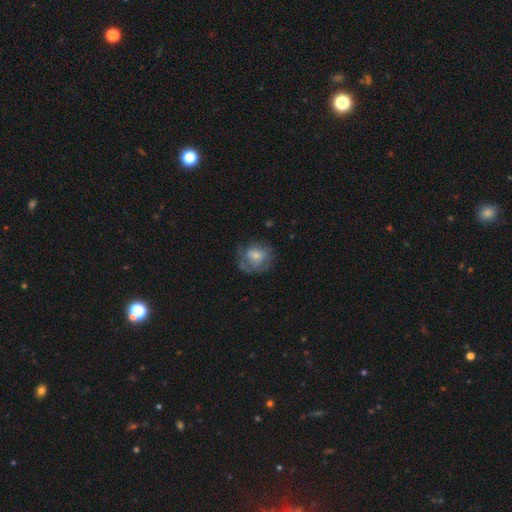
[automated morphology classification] The model was most divided on "smooth or featured": smooth: 56%, featured or disk: 35%, star or artifact: 9%. More confident: how rounded — round (70%); merging — none (54%).